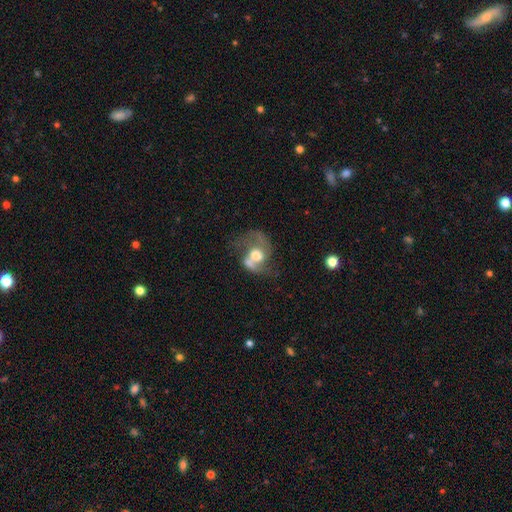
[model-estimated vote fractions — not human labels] This is likely a featured or disk galaxy (73%). It is clearly not viewed edge-on (97%). Bar: likely no (61%). Spiral arm pattern: clearly yes (83%). Spiral arm count: likely 2 (78%). Spiral winding: possibly loose (55%). Central bulge: possibly moderate (52%). Merging: marginally none (35%).